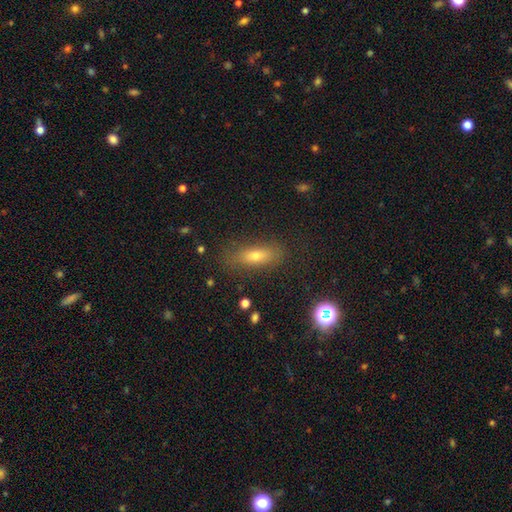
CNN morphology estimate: A smooth galaxy with no disk features (64%) that is in between round and cigar-shaped (57%).

Vote fractions:
- Smooth or featured? smooth: 64% / featured or disk: 22% / star or artifact: 14%
- How rounded? in between: 57% / cigar-shaped: 38% / round: 6%
- Merging? none: 82% / minor disturbance: 12% / major disturbance: 4% / merger: 2%